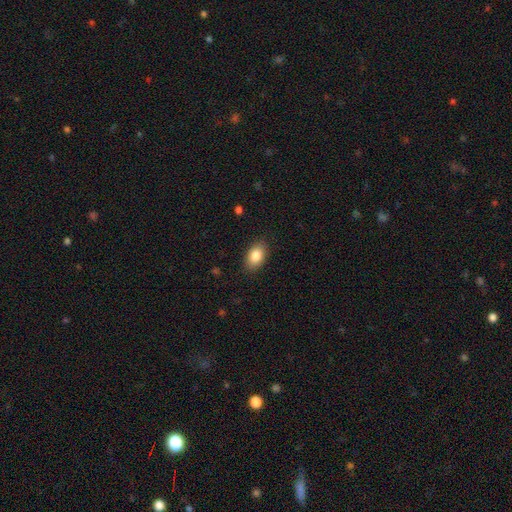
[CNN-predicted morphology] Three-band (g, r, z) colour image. It shows a smooth galaxy with no disk features (85%) that is in between round and cigar-shaped (89%). Merging: none (87%).